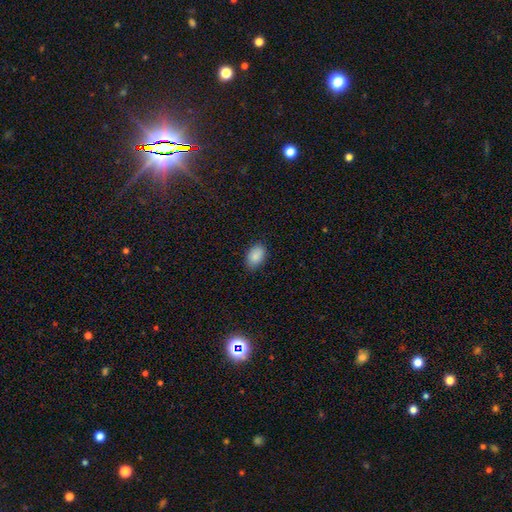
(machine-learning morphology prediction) This is clearly a smooth galaxy (88%). How rounded: clearly in between (89%). Merging: clearly none (84%).